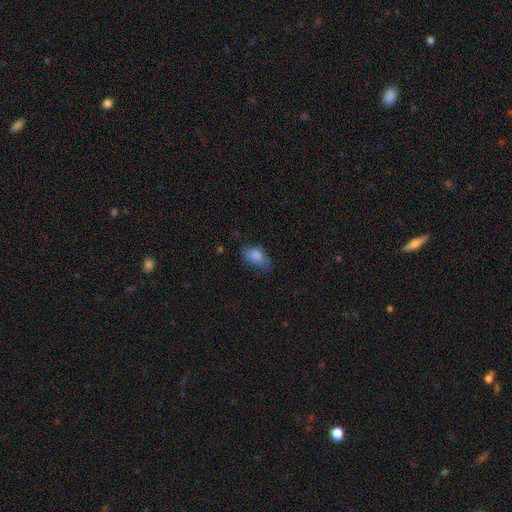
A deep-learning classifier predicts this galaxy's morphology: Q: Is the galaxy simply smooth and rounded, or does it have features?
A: smooth — 77%.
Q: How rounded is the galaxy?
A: in between — 88%.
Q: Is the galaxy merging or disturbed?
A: none — 53%.